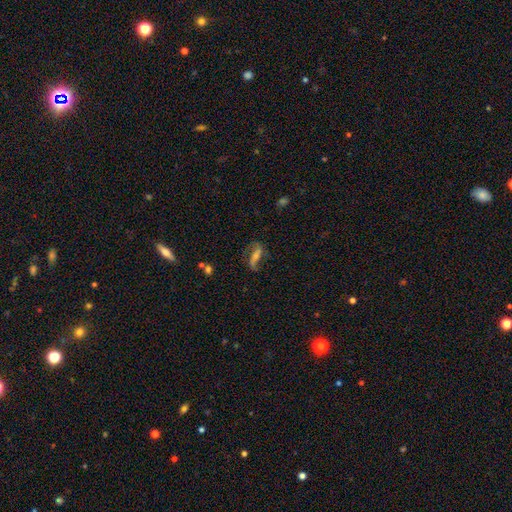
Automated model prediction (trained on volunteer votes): featured or disk 72%, smooth 16%, star or artifact 11%. Down the decision tree: edge-on disk — no (86%); bar — strong (40%); spiral arms — yes (90%); spiral arm count — 2 (86%); spiral winding — loose (57%); bulge size — small (46%); merging — none (68%).